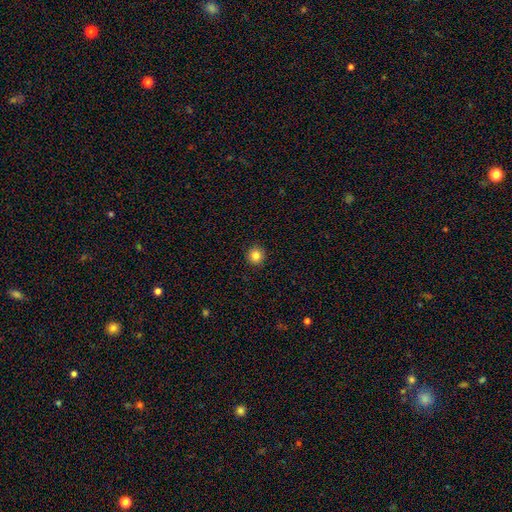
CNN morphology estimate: Smooth or featured? smooth (83%)
How rounded? round (94%)
Merging? none (93%)